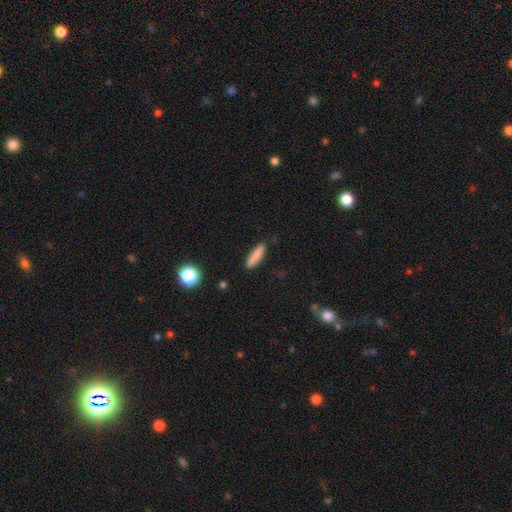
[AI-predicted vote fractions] A smooth galaxy with no disk features (84%) that is cigar-shaped (69%). Merging: none (84%).